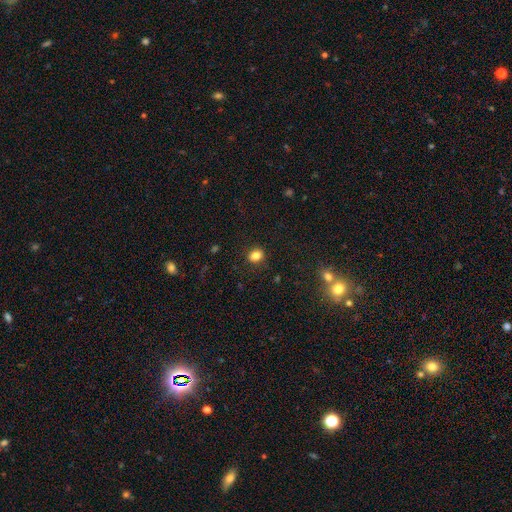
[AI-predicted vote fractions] Smooth or featured? Predicted: smooth (p=0.83). How rounded? Predicted: round (p=0.57). Merging? Predicted: none (p=0.88).